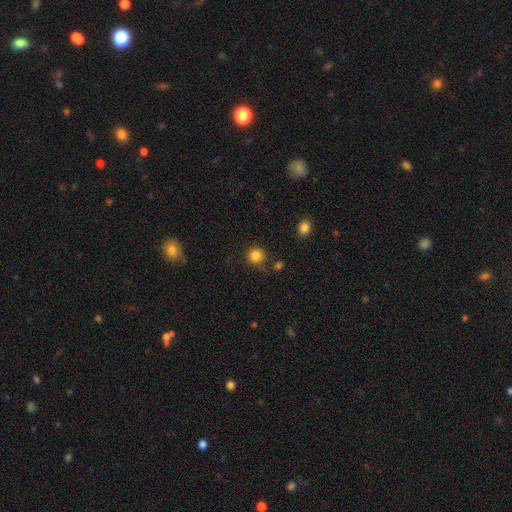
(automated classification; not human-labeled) Overall: smooth (84%). How rounded: round (92%). Merging: none (79%).